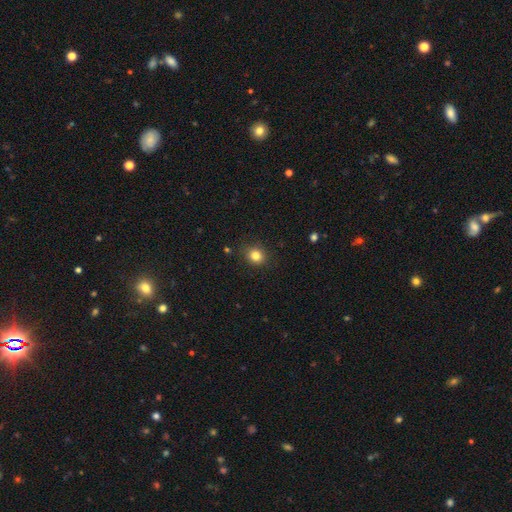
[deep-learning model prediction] Smooth or featured: smooth — 82% (star or artifact — 12%)
How rounded: round — 77% (in between — 22%)
Merging: none — 87% (minor disturbance — 10%)